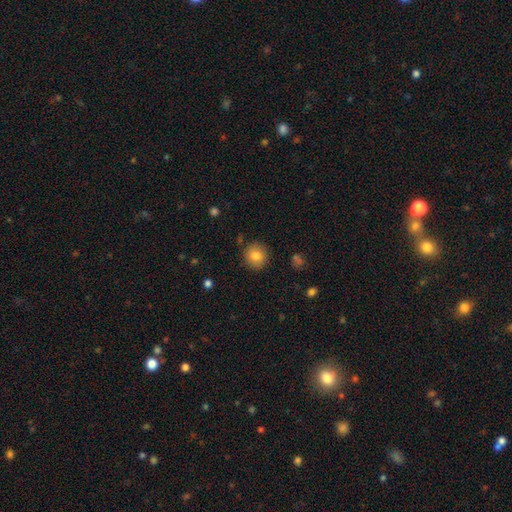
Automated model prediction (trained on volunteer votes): Overall: smooth (83%). How rounded: round (90%). Merging: none (88%).